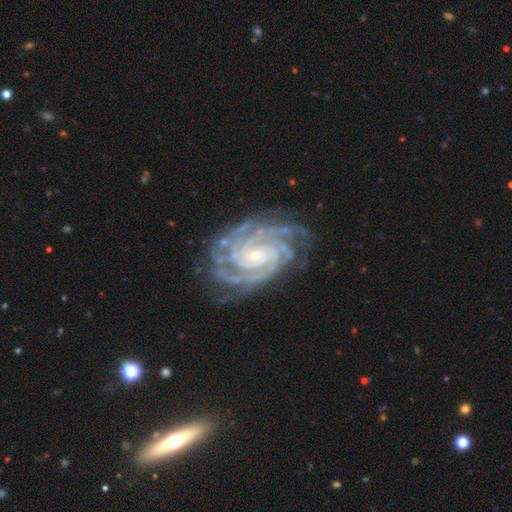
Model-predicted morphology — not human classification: featured or disk 93%, star or artifact 5%, smooth 3%. Down the decision tree: edge-on disk — no (98%); bar — no (61%); spiral arms — yes (99%); spiral arm count — 4 (26%); spiral winding — tight (80%); bulge size — small (82%); merging — none (75%).